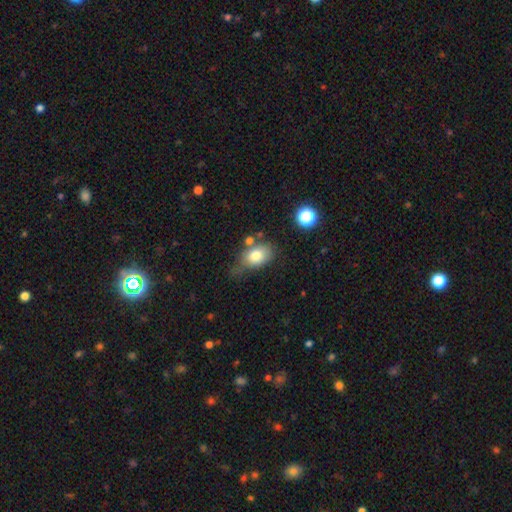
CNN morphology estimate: Smooth or featured?
  - smooth: 76% *
  - featured or disk: 14%
  - star or artifact: 9%
How rounded?
  - in between: 80% *
  - round: 18%
  - cigar-shaped: 2%
Merging?
  - none: 44% *
  - minor disturbance: 30%
  - major disturbance: 13%
  - merger: 12%